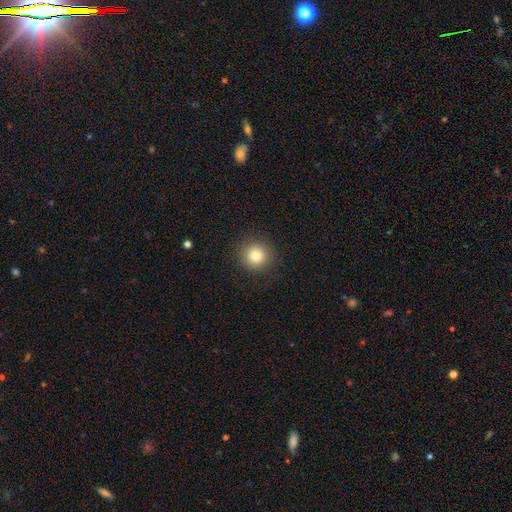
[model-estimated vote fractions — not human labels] The model was most divided on "smooth or featured": smooth: 81%, star or artifact: 12%, featured or disk: 7%. More confident: how rounded — round (94%); merging — none (91%).